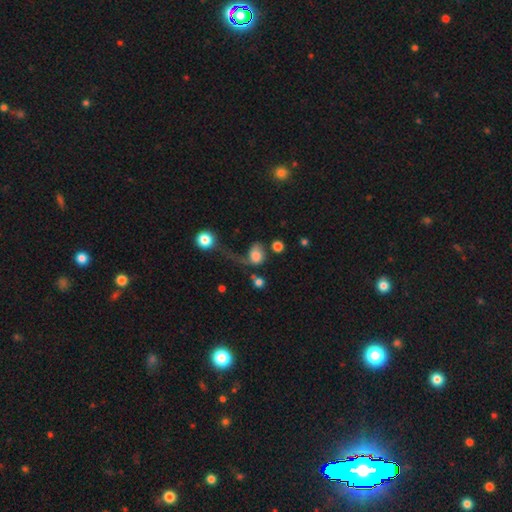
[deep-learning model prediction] The model was most divided on "how rounded": in between: 53%, round: 46%, cigar-shaped: 2%. Remaining: smooth or featured — smooth (72%); merging — major disturbance (41%).